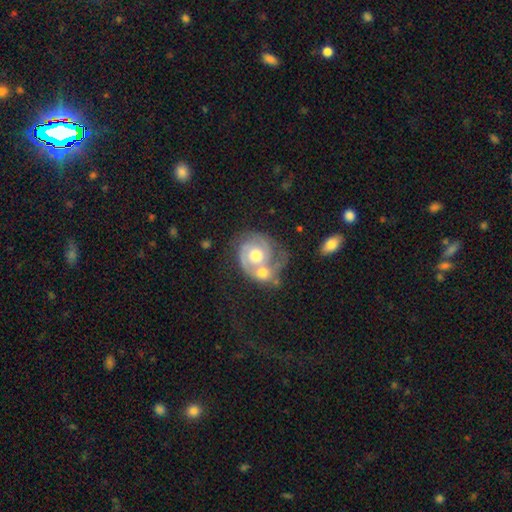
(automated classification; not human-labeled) This is likely a featured or disk galaxy (76%). It is clearly not viewed edge-on (98%). Bar: likely no (77%). Spiral arm pattern: clearly yes (88%). Spiral arm count: likely 2 (69%). Spiral winding: possibly tight (57%). Central bulge: likely moderate (70%). Merging: possibly merger (53%).